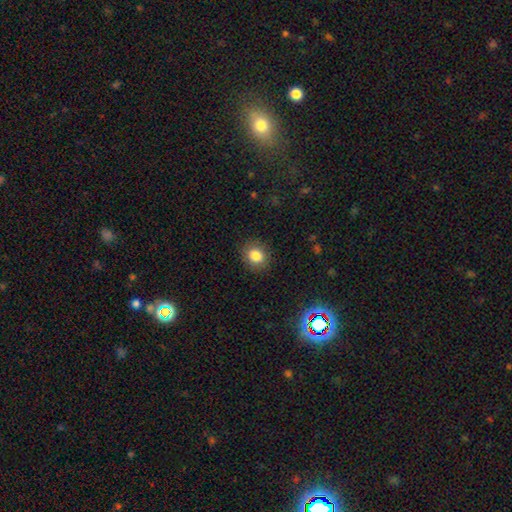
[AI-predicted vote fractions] This is clearly a smooth galaxy (83%). How rounded: likely round (60%). Merging: clearly none (88%).